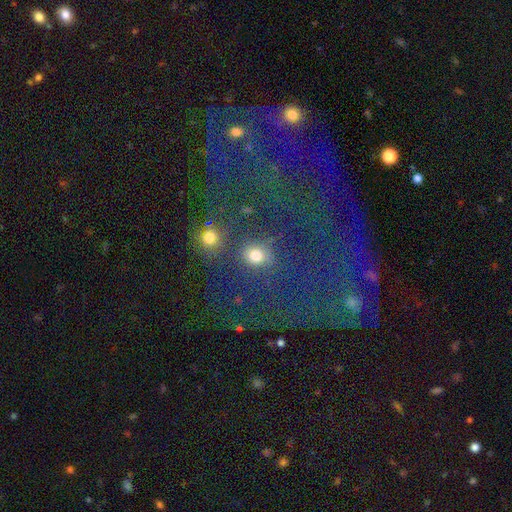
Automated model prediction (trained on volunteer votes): This is likely a smooth galaxy (70%). How rounded: likely round (70%). Merging: likely none (63%).